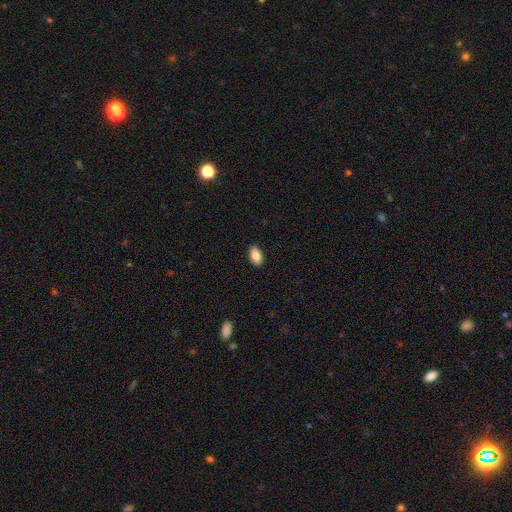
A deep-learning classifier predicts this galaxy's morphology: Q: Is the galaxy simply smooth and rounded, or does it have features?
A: smooth — 87%.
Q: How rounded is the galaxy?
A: in between — 93%.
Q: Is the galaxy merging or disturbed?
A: none — 90%.